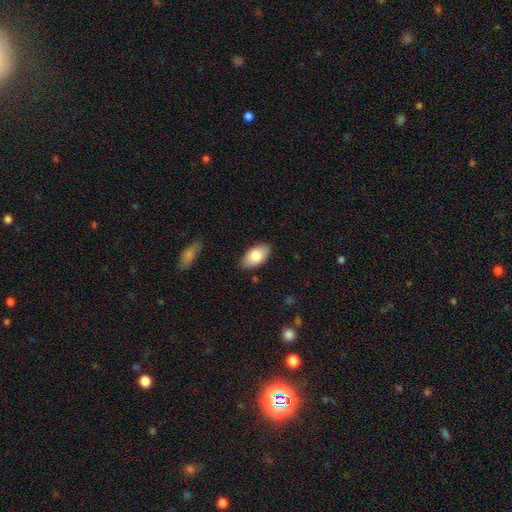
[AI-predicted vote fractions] A smooth galaxy with no disk features (82%) that is in between round and cigar-shaped (95%). Merging: none (85%).